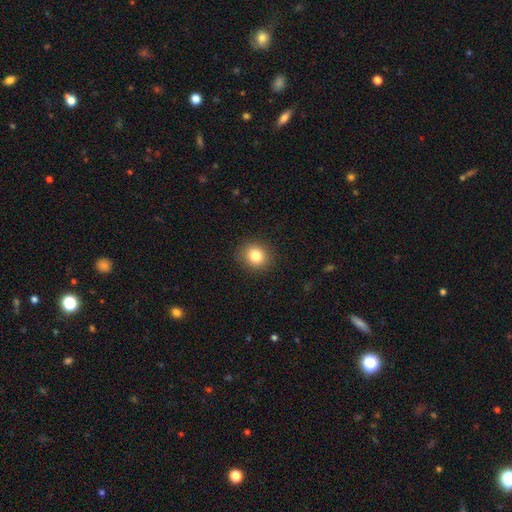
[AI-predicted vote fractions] Morphology: type=smooth (82%); roundness=round (83%); merging=none (90%).